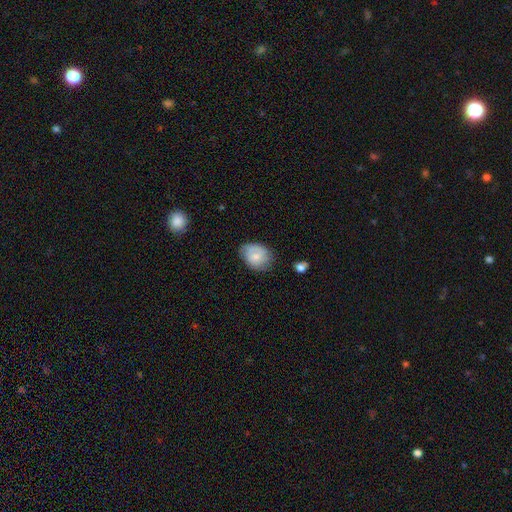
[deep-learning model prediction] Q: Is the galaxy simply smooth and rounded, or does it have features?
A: smooth — 65%.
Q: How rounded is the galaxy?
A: in between — 61%.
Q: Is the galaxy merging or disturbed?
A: none — 60%.